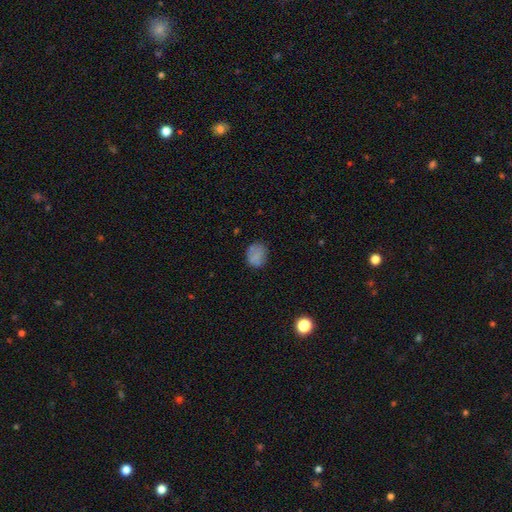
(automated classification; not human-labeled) A smooth galaxy with no disk features (78%) that is round (61%).

Vote fractions:
- Smooth or featured? smooth: 78% / star or artifact: 11% / featured or disk: 11%
- How rounded? round: 61% / in between: 38% / cigar-shaped: 1%
- Merging? none: 72% / minor disturbance: 19% / major disturbance: 6% / merger: 3%